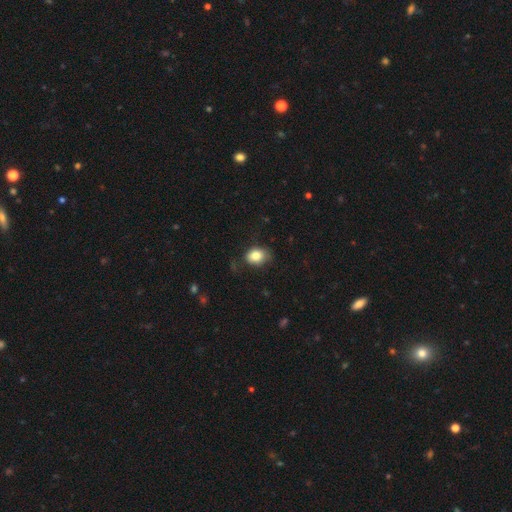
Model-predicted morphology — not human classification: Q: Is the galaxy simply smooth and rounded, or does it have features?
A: smooth — 84%.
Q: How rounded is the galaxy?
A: in between — 65%.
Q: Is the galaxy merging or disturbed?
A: none — 69%.